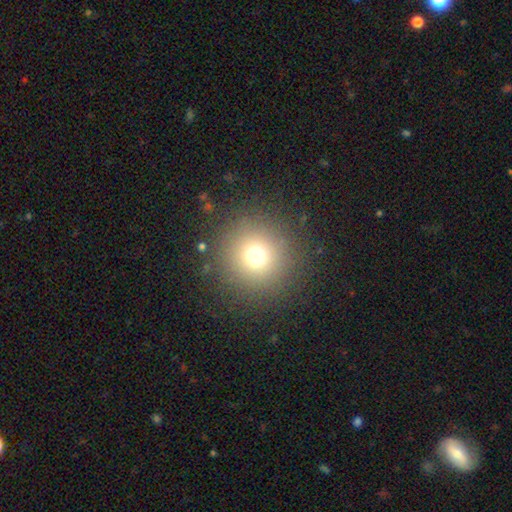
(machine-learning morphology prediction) Smooth or featured? smooth (70%)
How rounded? round (96%)
Merging? none (88%)